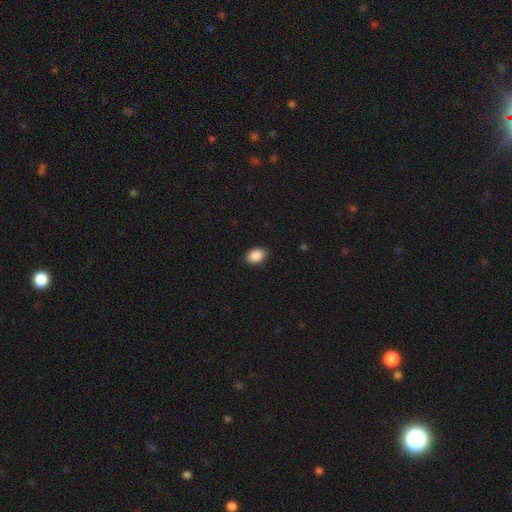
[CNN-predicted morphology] This appears to be a smooth galaxy with no disk features (90%) that is in between round and cigar-shaped (83%). Merging: none (89%).